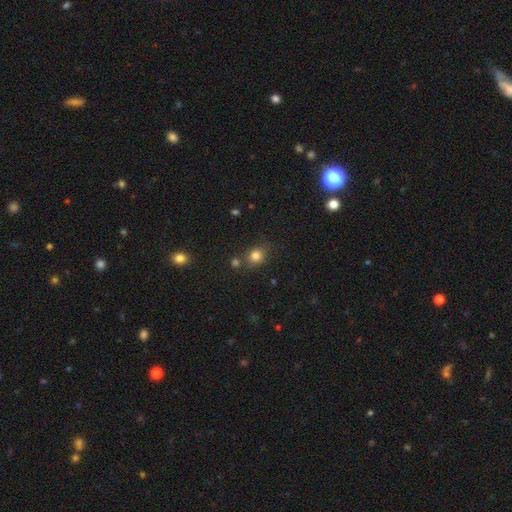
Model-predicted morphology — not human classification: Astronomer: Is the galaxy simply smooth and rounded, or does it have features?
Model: smooth — 80%.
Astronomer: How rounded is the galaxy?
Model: round — 68%.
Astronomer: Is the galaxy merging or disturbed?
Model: none — 70%.